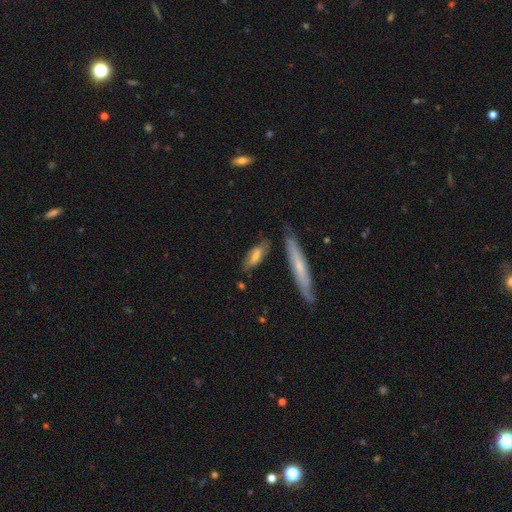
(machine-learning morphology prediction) A smooth galaxy with no disk features (60%) that is in between round and cigar-shaped (53%). Merging: none (64%).